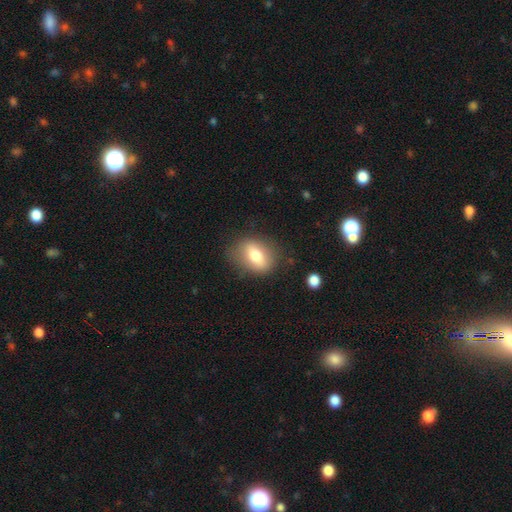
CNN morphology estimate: This is likely a smooth galaxy (72%). How rounded: likely in between (77%). Merging: likely none (75%).